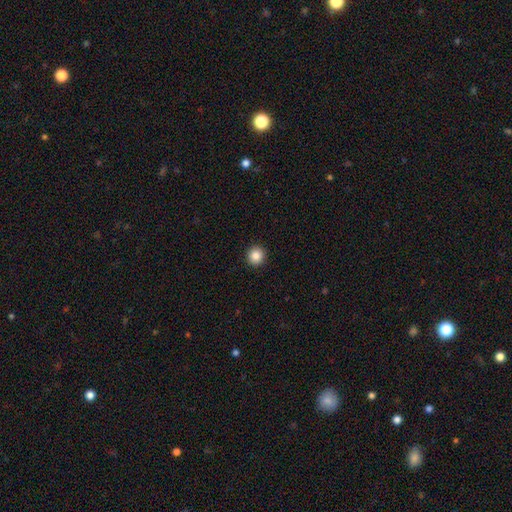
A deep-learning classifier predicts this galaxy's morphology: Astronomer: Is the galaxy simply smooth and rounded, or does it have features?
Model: smooth — 87%.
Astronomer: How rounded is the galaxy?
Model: round — 93%.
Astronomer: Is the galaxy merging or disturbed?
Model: none — 93%.